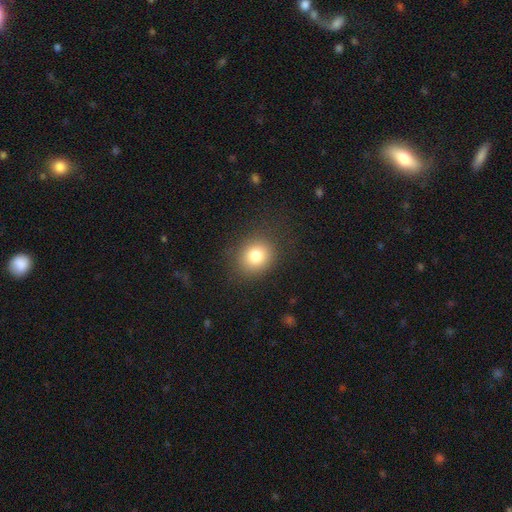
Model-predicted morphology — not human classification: The model was most divided on "how rounded": round: 75%, in between: 24%, cigar-shaped: 1%. More confident: merging — none (86%); smooth or featured — smooth (80%).